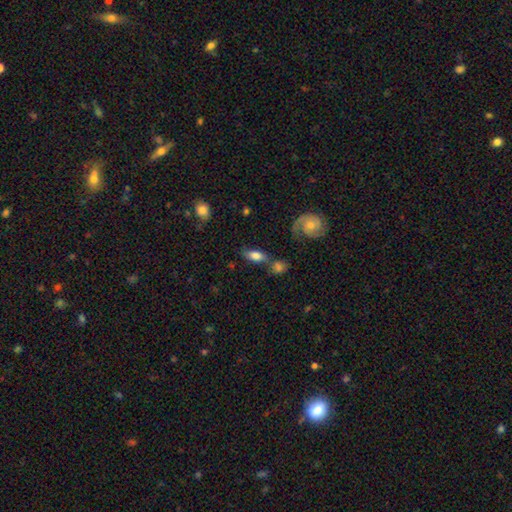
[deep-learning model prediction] A smooth galaxy with no disk features (71%) that is in between round and cigar-shaped (86%).

Vote fractions:
- Smooth or featured? smooth: 71% / featured or disk: 22% / star or artifact: 7%
- How rounded? in between: 86% / cigar-shaped: 9% / round: 5%
- Merging? none: 56% / merger: 19% / minor disturbance: 17% / major disturbance: 8%